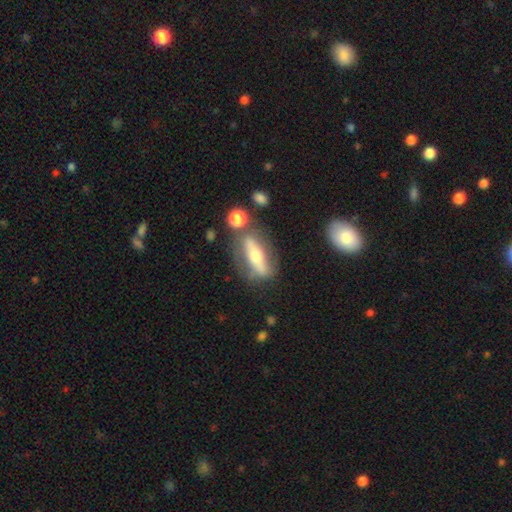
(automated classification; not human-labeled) Smooth or featured: featured or disk — 60% (smooth — 33%)
Edge-on disk: yes — 58% (no — 42%)
Merging: none — 69% (minor disturbance — 16%)